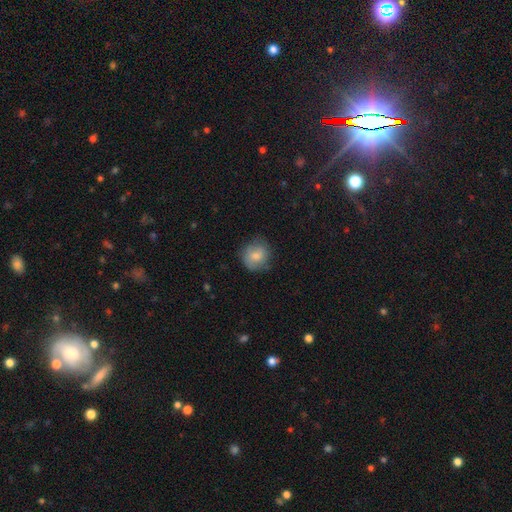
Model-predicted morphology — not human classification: smooth-or-featured: smooth: 77% | featured or disk: 15% | star or artifact: 7%
  how-rounded: round: 82% | in between: 17% | cigar-shaped: 1%
  merging: none: 71% | minor disturbance: 22% | major disturbance: 6% | merger: 1%